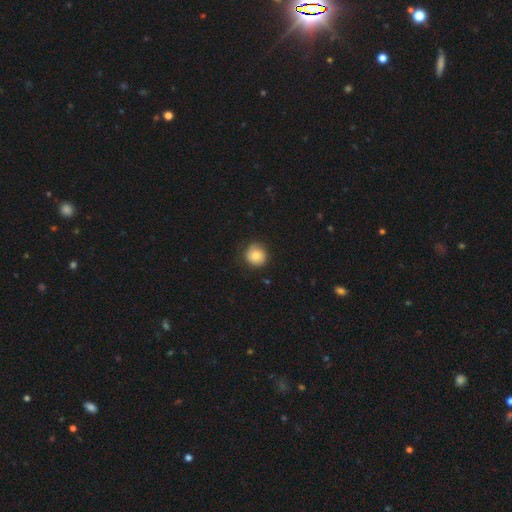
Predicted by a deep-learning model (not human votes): Smooth or featured? smooth (77%)
How rounded? round (91%)
Merging? none (78%)